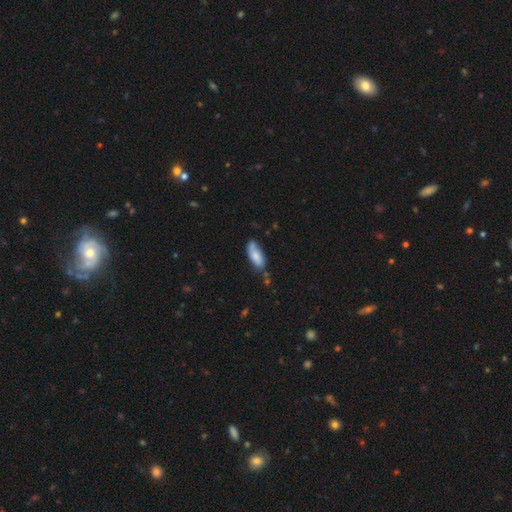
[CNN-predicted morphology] Smooth or featured? Predicted: smooth (p=0.76). How rounded? Predicted: in between (p=0.78). Merging? Predicted: none (p=0.62).